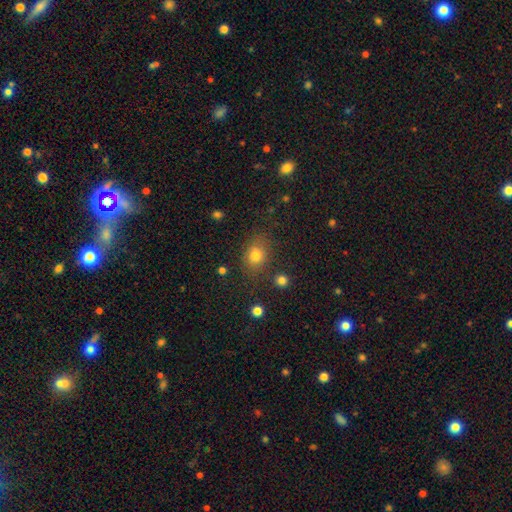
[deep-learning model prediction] Smooth or featured?
  - smooth: 77% *
  - star or artifact: 14%
  - featured or disk: 9%
How rounded?
  - in between: 60% *
  - round: 38%
  - cigar-shaped: 2%
Merging?
  - none: 72% *
  - minor disturbance: 16%
  - merger: 7%
  - major disturbance: 6%